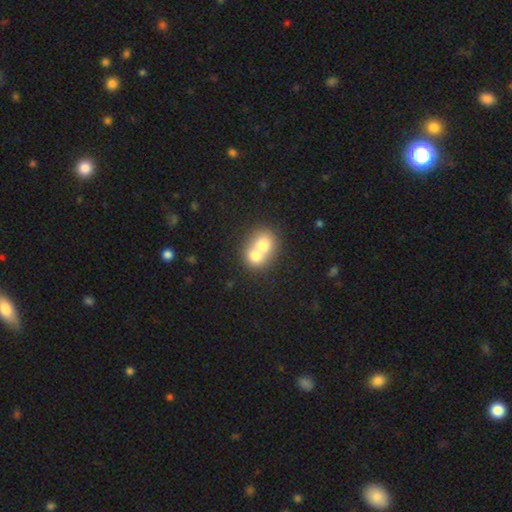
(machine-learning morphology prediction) Smooth or featured?
  - smooth: 70% *
  - featured or disk: 21%
  - star or artifact: 9%
How rounded?
  - round: 66% *
  - in between: 33%
  - cigar-shaped: 1%
Merging?
  - merger: 75% *
  - none: 19%
  - minor disturbance: 4%
  - major disturbance: 2%